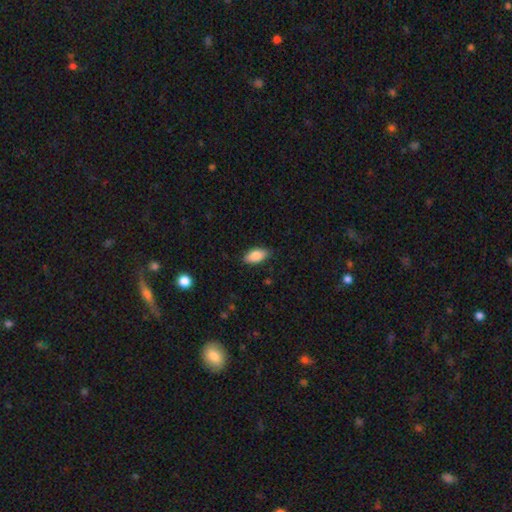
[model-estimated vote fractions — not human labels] Q: Smooth or featured?
A: smooth (84%); runner-up: featured or disk (10%)
Q: How rounded?
A: in between (89%); runner-up: cigar-shaped (8%)
Q: Merging?
A: none (85%); runner-up: minor disturbance (12%)